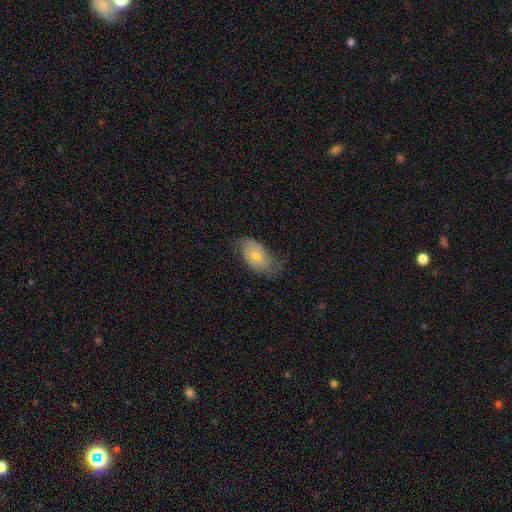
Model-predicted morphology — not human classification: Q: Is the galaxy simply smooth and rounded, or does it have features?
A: featured or disk — 48%.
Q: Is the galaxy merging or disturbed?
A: none — 60%.